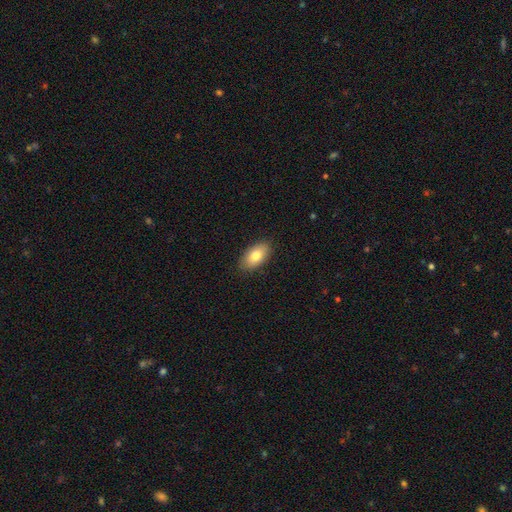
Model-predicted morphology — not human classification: Smooth or featured? Predicted: smooth (p=0.80). How rounded? Predicted: in between (p=0.93). Merging? Predicted: none (p=0.88).